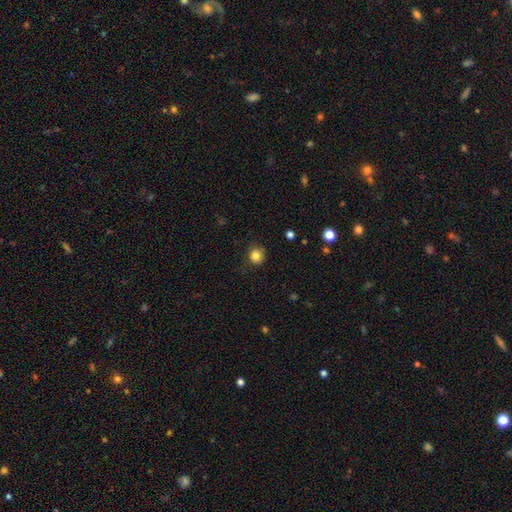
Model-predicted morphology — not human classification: type=smooth (83%); roundness=round (82%); merging=none (78%).